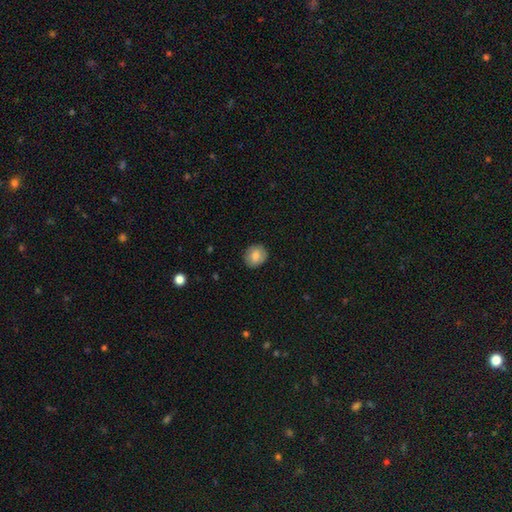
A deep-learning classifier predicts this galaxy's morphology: Smooth or featured: smooth — 81% (featured or disk — 11%)
How rounded: round — 76% (in between — 23%)
Merging: none — 88% (minor disturbance — 9%)